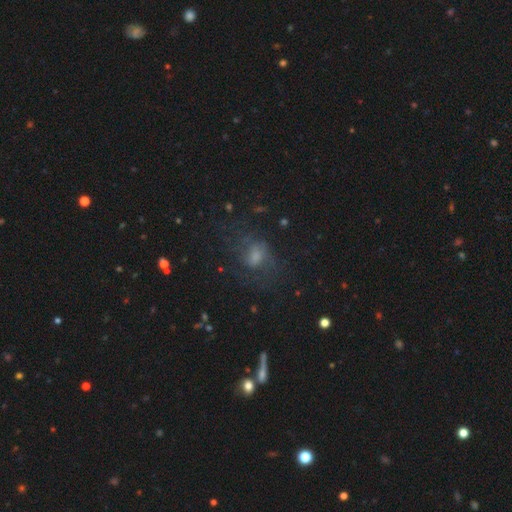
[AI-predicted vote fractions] A smooth galaxy with no disk features (44%). Merging: none (51%).